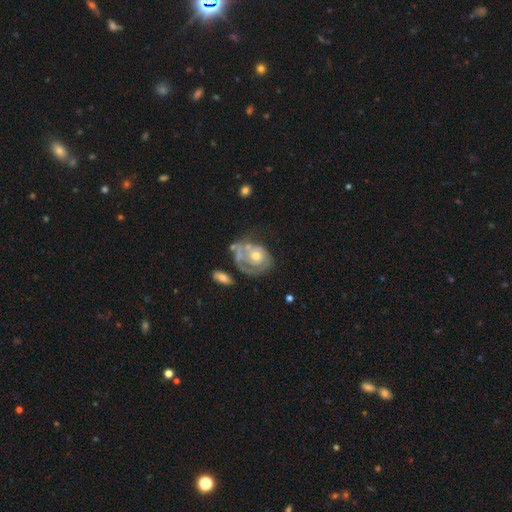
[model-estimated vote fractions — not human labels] A featured or disk galaxy (72%) with no bar (82%), spiral arms (62%) and a moderate central bulge (60%).

Vote fractions:
- Smooth or featured? featured or disk: 72% / smooth: 22% / star or artifact: 7%
- Edge-on disk? no: 97% / yes: 3%
- Bar? no: 82% / weak: 15% / strong: 3%
- Spiral arms? yes: 62% / no: 38%
- Bulge size? moderate: 60% / small: 32% / large: 4% / none: 3% / dominant: 1%
- Merging? none: 34% / major disturbance: 27% / minor disturbance: 22% / merger: 17%